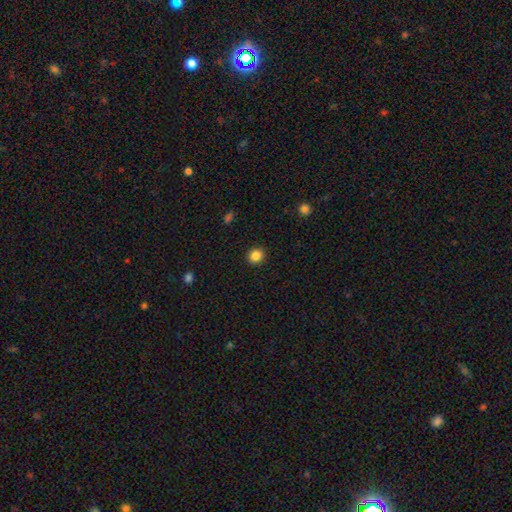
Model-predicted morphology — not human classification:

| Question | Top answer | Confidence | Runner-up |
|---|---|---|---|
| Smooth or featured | smooth | 85% | star or artifact (10%) |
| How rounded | round | 81% | in between (18%) |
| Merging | none | 92% | minor disturbance (5%) |